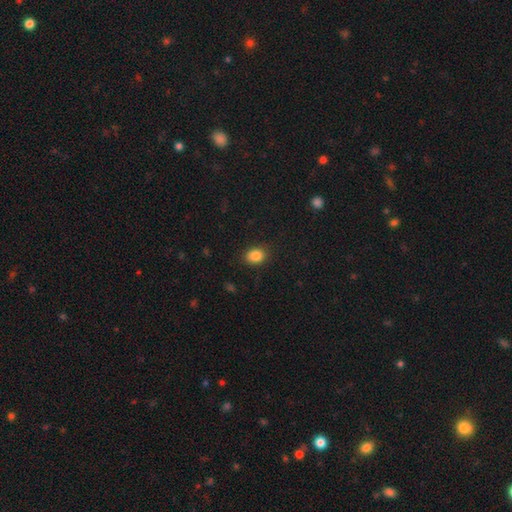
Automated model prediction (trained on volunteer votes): Q: Smooth or featured?
A: smooth (86%); runner-up: star or artifact (9%)
Q: How rounded?
A: in between (62%); runner-up: round (37%)
Q: Merging?
A: none (87%); runner-up: minor disturbance (10%)